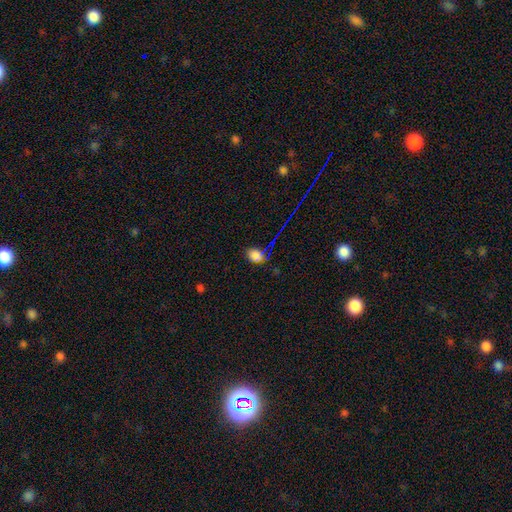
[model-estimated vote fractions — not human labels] Smooth or featured?
  - smooth: 72% *
  - star or artifact: 22%
  - featured or disk: 6%
How rounded?
  - in between: 72% *
  - round: 26%
  - cigar-shaped: 2%
Merging?
  - none: 70% *
  - minor disturbance: 20%
  - major disturbance: 6%
  - merger: 4%